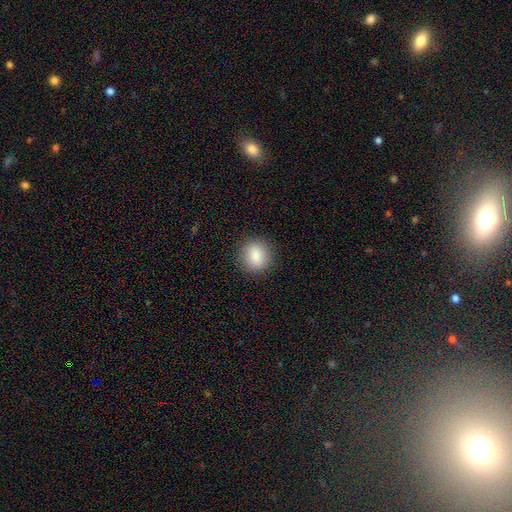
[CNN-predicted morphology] Smooth or featured?
  - smooth: 87% *
  - star or artifact: 8%
  - featured or disk: 5%
How rounded?
  - round: 79% *
  - in between: 20%
  - cigar-shaped: 1%
Merging?
  - none: 88% *
  - minor disturbance: 8%
  - major disturbance: 3%
  - merger: 1%